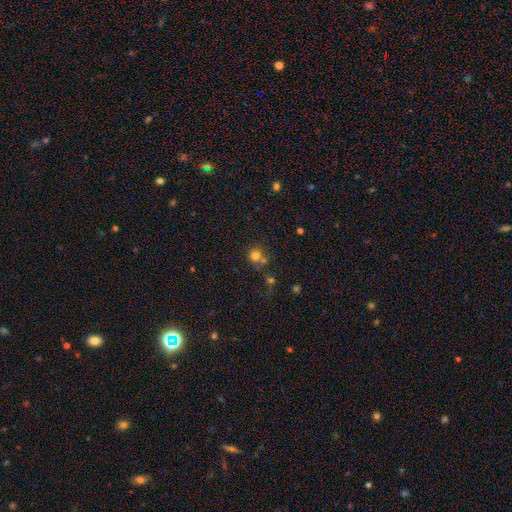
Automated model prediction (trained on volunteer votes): Morphology: type=smooth (75%); roundness=round (90%); merging=none (60%).